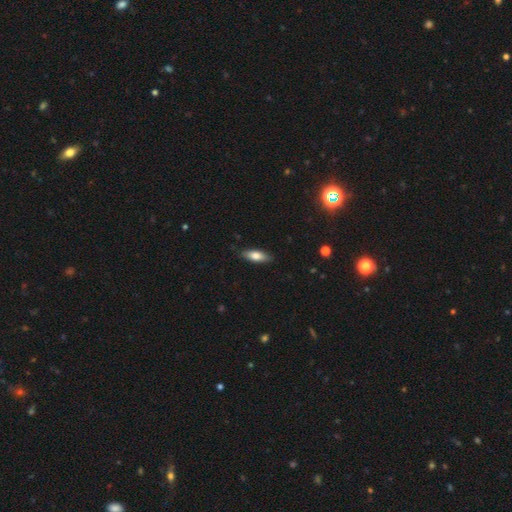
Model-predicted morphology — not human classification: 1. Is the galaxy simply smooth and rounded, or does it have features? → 74% smooth, 20% featured or disk, 6% star or artifact.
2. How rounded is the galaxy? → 66% in between, 32% cigar-shaped, 2% round.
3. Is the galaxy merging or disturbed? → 87% none, 10% minor disturbance, 2% major disturbance, 1% merger.